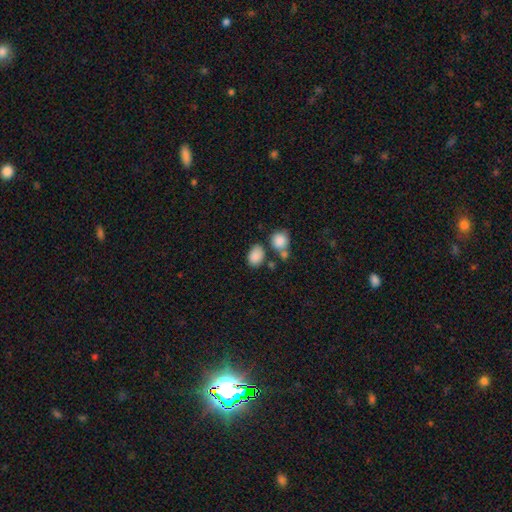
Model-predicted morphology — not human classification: Smooth or featured? smooth (87%)
How rounded? in between (78%)
Merging? none (64%)